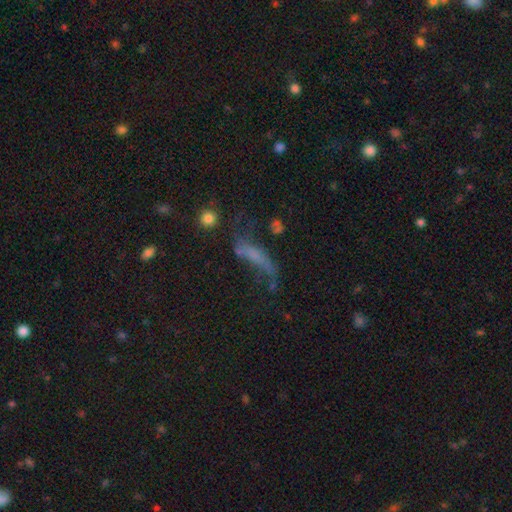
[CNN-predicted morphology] Overall: smooth (42%; featured or disk 40%). Merging: none (36%; major disturbance 33%).